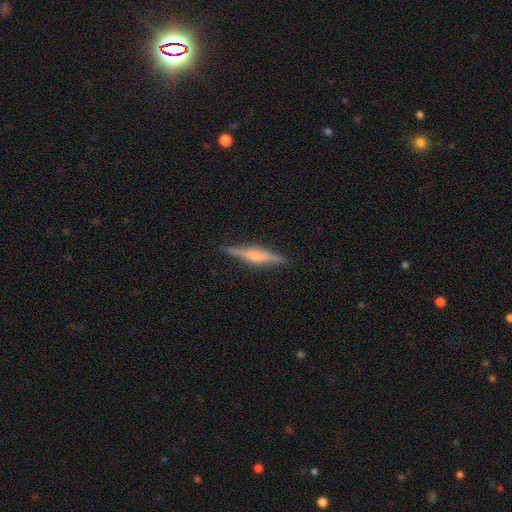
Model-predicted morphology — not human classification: Overall: featured or disk (74%). Edge-on disk: yes (97%). Edge-on bulge: rounded (80%). Merging: none (89%).